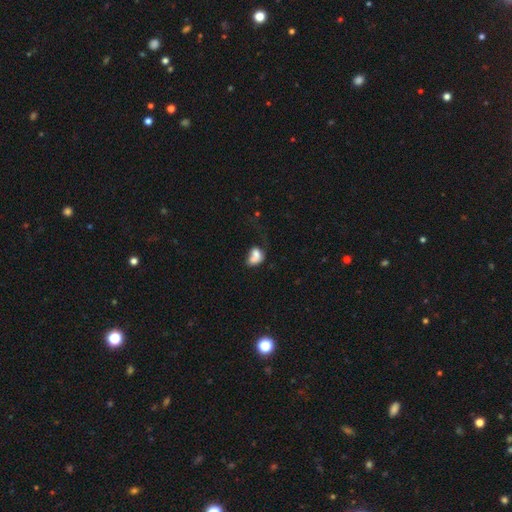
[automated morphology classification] smooth-or-featured: smooth: 69% | featured or disk: 20% | star or artifact: 11%
  how-rounded: in between: 73% | round: 25% | cigar-shaped: 2%
  merging: merger: 37% | major disturbance: 25% | none: 20% | minor disturbance: 18%